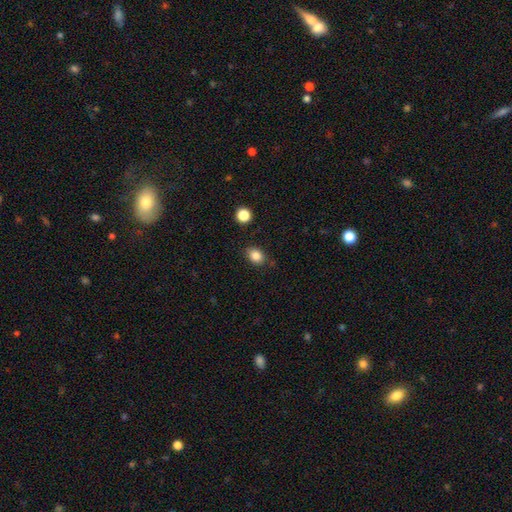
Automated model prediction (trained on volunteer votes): A smooth galaxy with no disk features (84%) that is in between round and cigar-shaped (63%). Merging: none (81%).